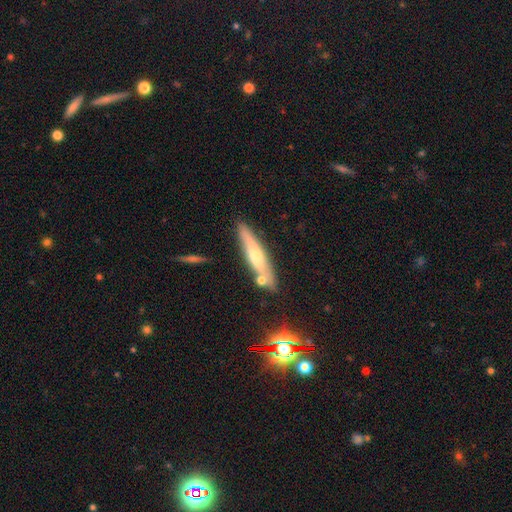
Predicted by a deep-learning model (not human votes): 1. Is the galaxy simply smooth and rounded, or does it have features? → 48% smooth, 43% featured or disk, 10% star or artifact.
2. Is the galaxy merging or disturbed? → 75% none, 13% minor disturbance, 9% merger, 3% major disturbance.